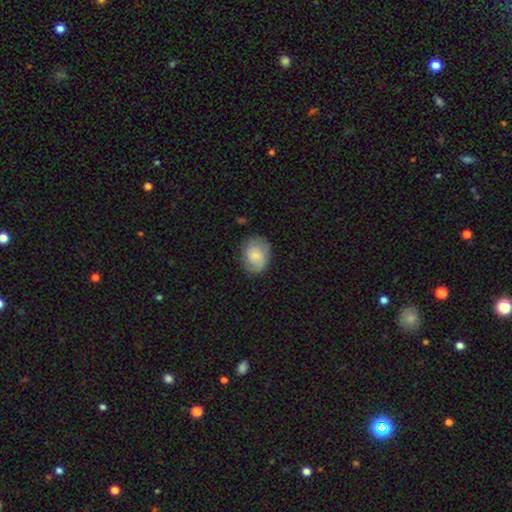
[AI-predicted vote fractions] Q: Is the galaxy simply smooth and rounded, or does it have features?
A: smooth — 49%.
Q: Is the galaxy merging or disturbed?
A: none — 74%.